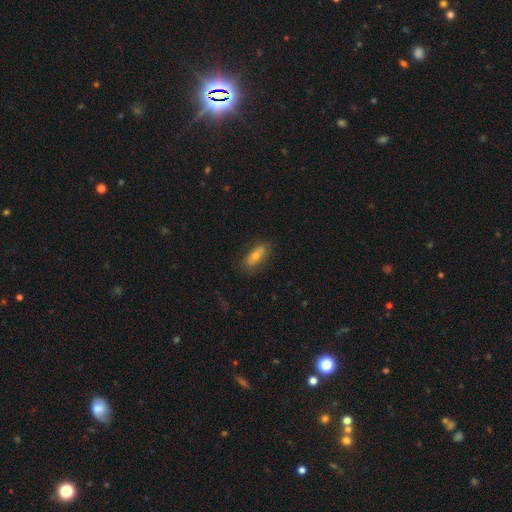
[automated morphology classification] Smooth or featured?
  - smooth: 56% *
  - featured or disk: 34%
  - star or artifact: 10%
How rounded?
  - in between: 69% *
  - cigar-shaped: 27%
  - round: 4%
Merging?
  - none: 78% *
  - minor disturbance: 16%
  - major disturbance: 4%
  - merger: 2%